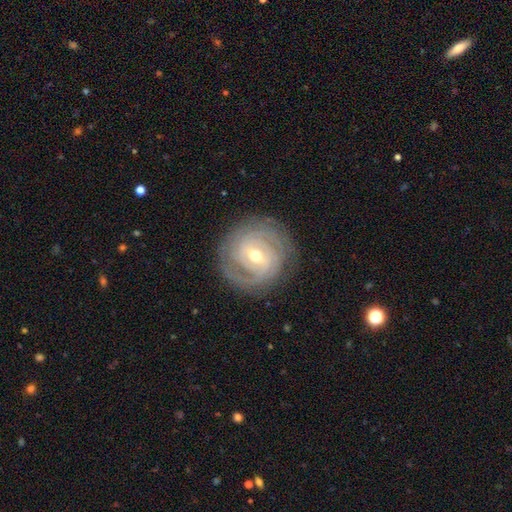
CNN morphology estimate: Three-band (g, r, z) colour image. It shows a featured or disk galaxy (87%) with a weak bar (52%), 3 (26%) tight (81%) spiral arms (96%) and a moderate central bulge (61%). Merging: none (84%).